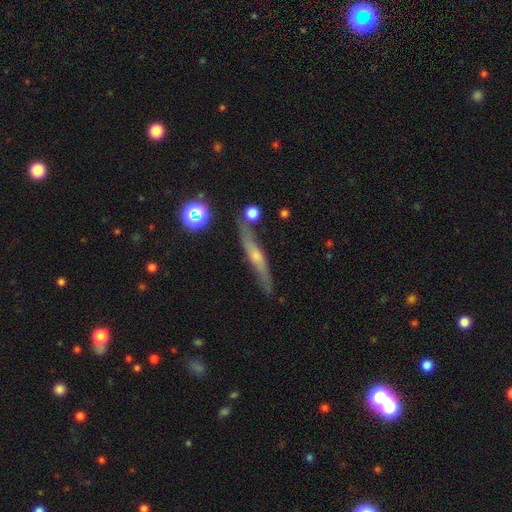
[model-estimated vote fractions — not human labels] Smooth or featured: featured or disk — 67% (smooth — 22%)
Edge-on disk: yes — 84% (no — 16%)
Edge-on bulge: rounded — 71% (none — 22%)
Merging: none — 76% (minor disturbance — 15%)